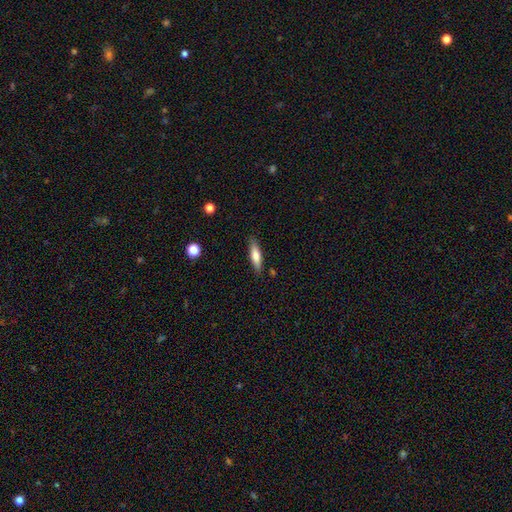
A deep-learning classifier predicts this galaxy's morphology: smooth 66%, featured or disk 27%, star or artifact 6%. Down the decision tree: how rounded — cigar-shaped (65%); merging — none (85%).